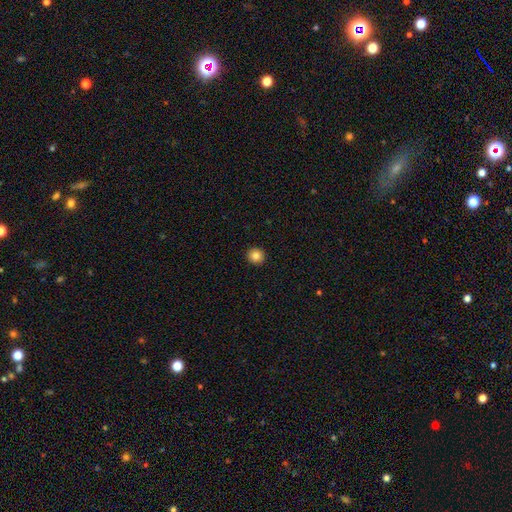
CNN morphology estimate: The model was most divided on "smooth or featured": smooth: 84%, star or artifact: 10%, featured or disk: 6%. More confident: how rounded — round (94%); merging — none (93%).